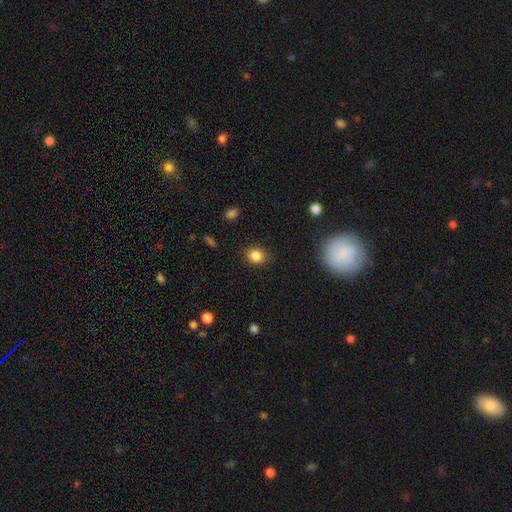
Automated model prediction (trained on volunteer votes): A smooth galaxy with no disk features (84%) that is round (65%).

Vote fractions:
- Smooth or featured? smooth: 84% / star or artifact: 11% / featured or disk: 5%
- How rounded? round: 65% / in between: 33% / cigar-shaped: 1%
- Merging? none: 84% / minor disturbance: 11% / major disturbance: 3% / merger: 1%